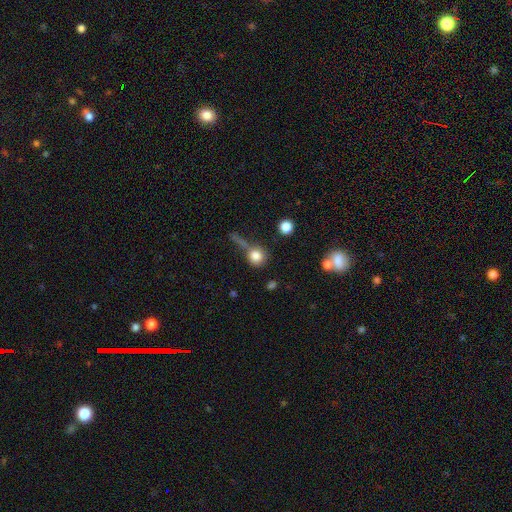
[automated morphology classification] Smooth or featured? smooth (80%)
How rounded? round (88%)
Merging? none (52%)